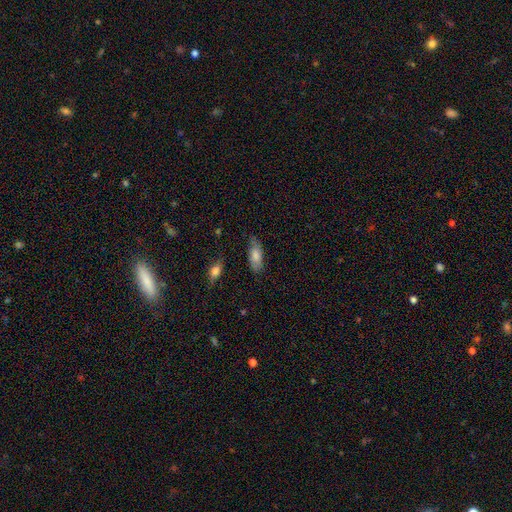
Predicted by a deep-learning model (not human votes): Smooth or featured: smooth — 78% (featured or disk — 15%)
How rounded: in between — 81% (cigar-shaped — 17%)
Merging: none — 71% (minor disturbance — 22%)